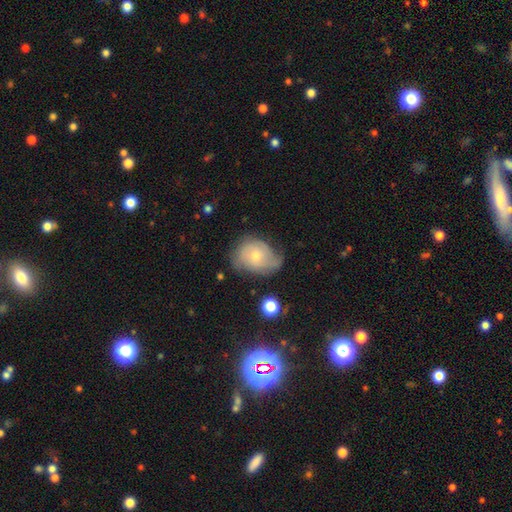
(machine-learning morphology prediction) Smooth or featured? Predicted: featured or disk (p=0.48). Merging? Predicted: none (p=0.40).